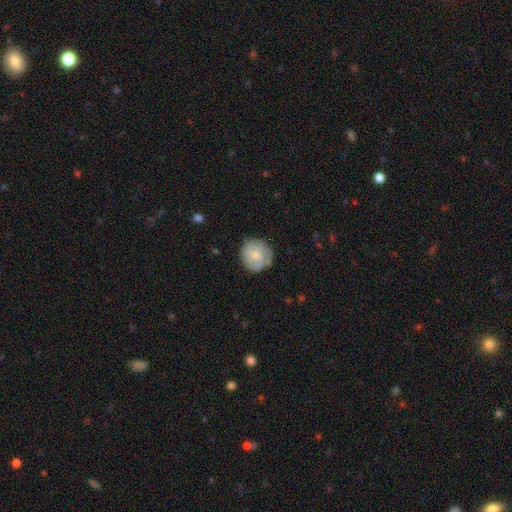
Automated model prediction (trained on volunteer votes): The model was most divided on "smooth or featured": smooth: 54%, featured or disk: 39%, star or artifact: 6%. More confident: how rounded — round (91%); merging — none (73%).